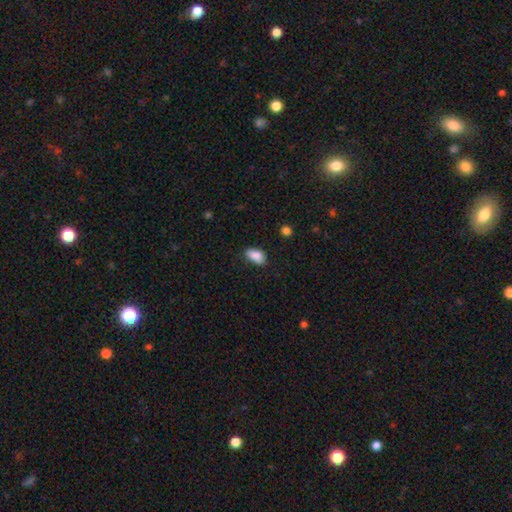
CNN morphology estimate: smooth_or_featured: smooth (p=0.87) [alt: star or artifact p=0.08]
how_rounded: in between (p=0.90) [alt: round p=0.07]
merging: none (p=0.69) [alt: minor disturbance p=0.25]